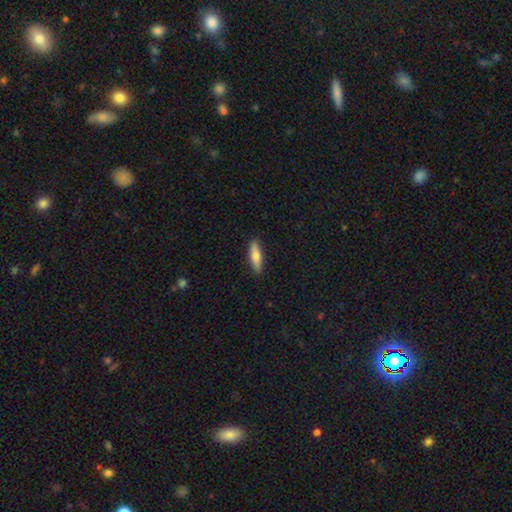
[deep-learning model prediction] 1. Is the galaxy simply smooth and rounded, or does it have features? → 74% smooth, 21% featured or disk, 6% star or artifact.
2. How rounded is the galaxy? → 64% cigar-shaped, 34% in between, 2% round.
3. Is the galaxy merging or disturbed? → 89% none, 9% minor disturbance, 2% major disturbance, 1% merger.